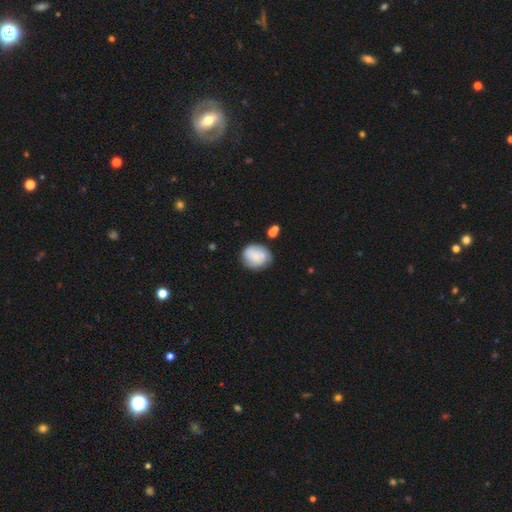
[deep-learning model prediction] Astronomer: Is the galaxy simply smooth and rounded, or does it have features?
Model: smooth — 58% (runner-up: featured or disk, 34%).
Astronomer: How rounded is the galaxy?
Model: round — 65%.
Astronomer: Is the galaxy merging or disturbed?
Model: none — 67%.